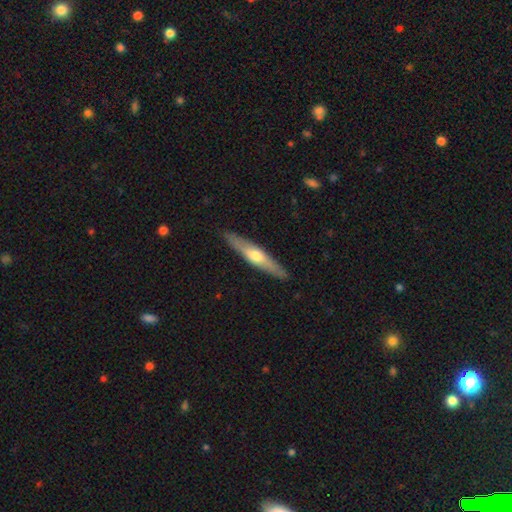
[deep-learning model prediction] A featured or disk galaxy (55%) viewed edge-on (92%) with a rounded central bulge (89%). Merging: none (90%).